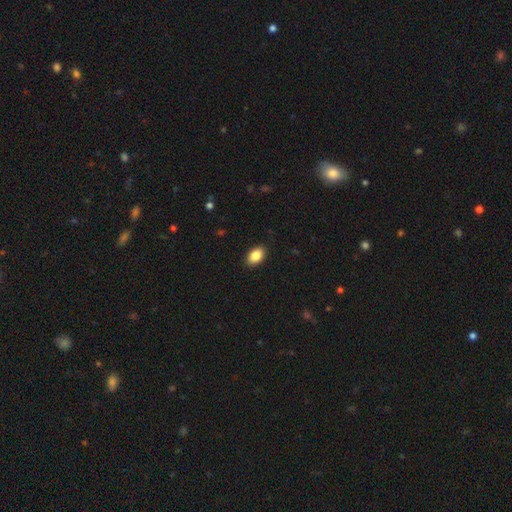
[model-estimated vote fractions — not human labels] smooth_or_featured: smooth (p=0.86) [alt: star or artifact p=0.08]
how_rounded: in between (p=0.91) [alt: round p=0.08]
merging: none (p=0.90) [alt: minor disturbance p=0.07]